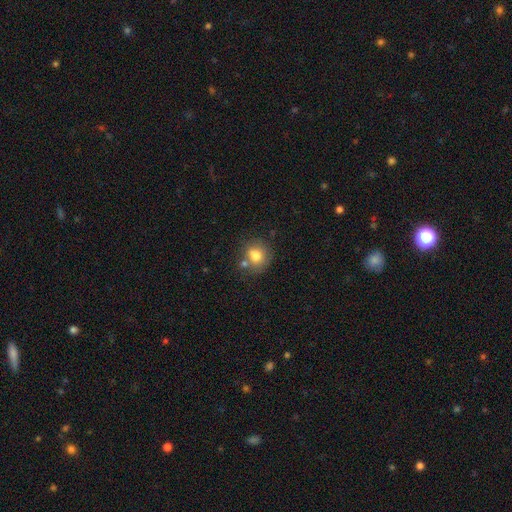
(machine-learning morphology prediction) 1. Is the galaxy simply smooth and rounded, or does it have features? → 78% smooth, 12% featured or disk, 10% star or artifact.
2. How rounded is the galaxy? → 76% round, 23% in between, 1% cigar-shaped.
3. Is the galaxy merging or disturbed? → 57% none, 19% merger, 18% minor disturbance, 6% major disturbance.